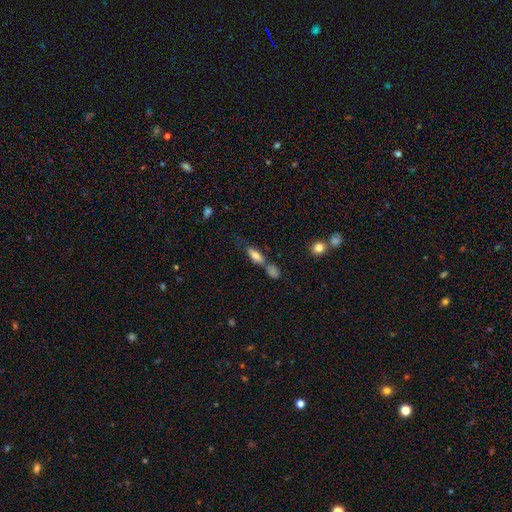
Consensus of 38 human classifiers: This is likely a smooth galaxy (63%). How rounded: likely in between (79%). Merging: marginally none (43%).